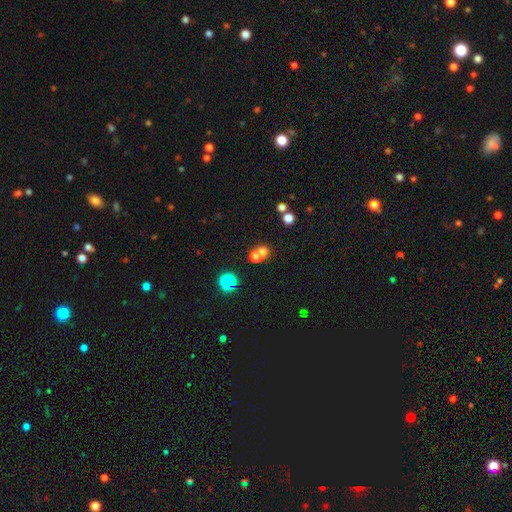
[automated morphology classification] Overall: smooth (66%). How rounded: round (79%). Merging: merger (53%; none 38%).